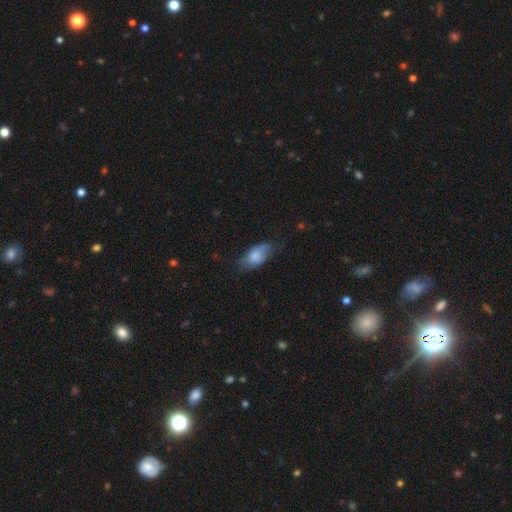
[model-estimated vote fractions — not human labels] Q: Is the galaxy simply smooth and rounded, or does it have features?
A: smooth — 74%.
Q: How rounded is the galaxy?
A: in between — 90%.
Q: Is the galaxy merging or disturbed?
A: none — 51%.